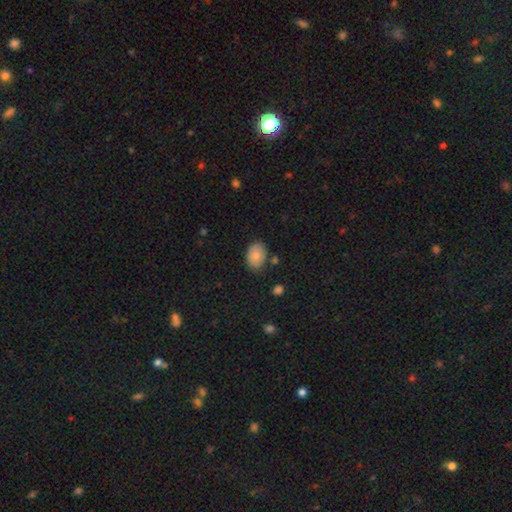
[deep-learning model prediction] Smooth or featured?
  - smooth: 84% *
  - featured or disk: 9%
  - star or artifact: 7%
How rounded?
  - in between: 76% *
  - round: 23%
  - cigar-shaped: 1%
Merging?
  - none: 79% *
  - minor disturbance: 14%
  - major disturbance: 3%
  - merger: 3%